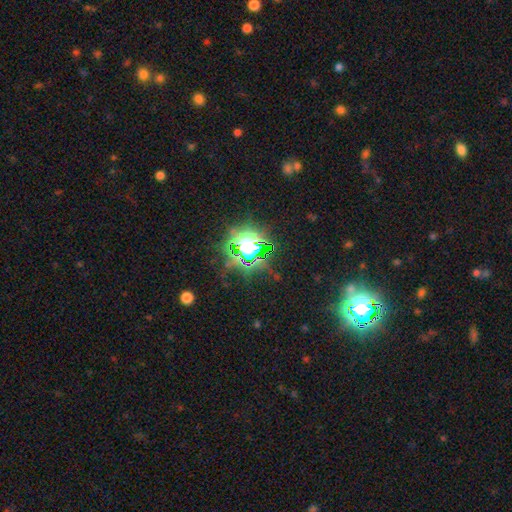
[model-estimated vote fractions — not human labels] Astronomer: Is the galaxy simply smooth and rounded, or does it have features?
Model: star or artifact — 73%.